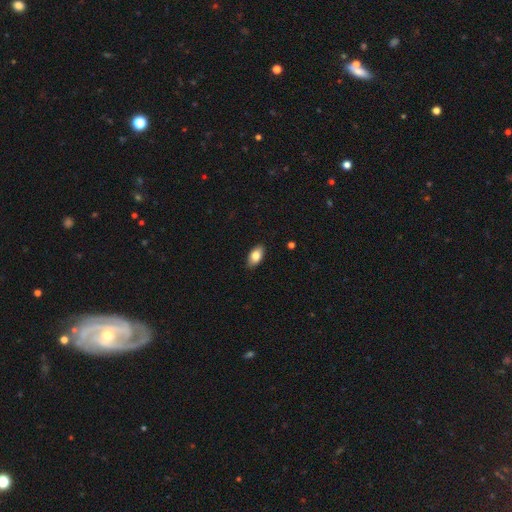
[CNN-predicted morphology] This is clearly a smooth galaxy (80%). How rounded: clearly in between (92%). Merging: clearly none (88%).